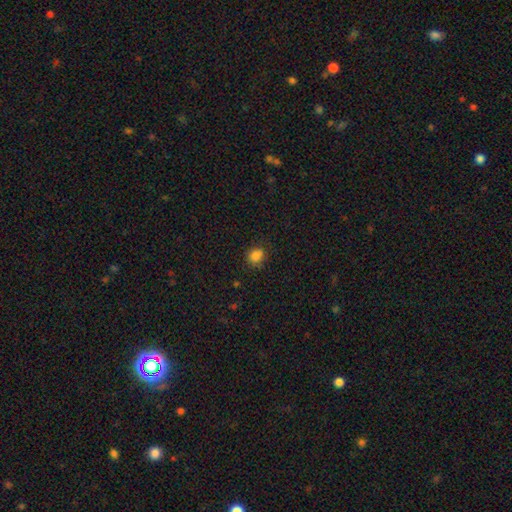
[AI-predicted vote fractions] Smooth or featured? Predicted: smooth (p=0.83). How rounded? Predicted: round (p=0.65). Merging? Predicted: none (p=0.79).